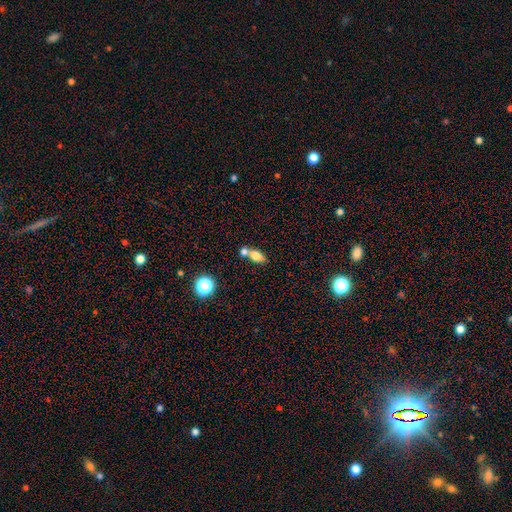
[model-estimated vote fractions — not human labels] Q: Smooth or featured?
A: smooth (76%); runner-up: featured or disk (14%)
Q: How rounded?
A: in between (83%); runner-up: round (11%)
Q: Merging?
A: none (44%); runner-up: merger (42%)